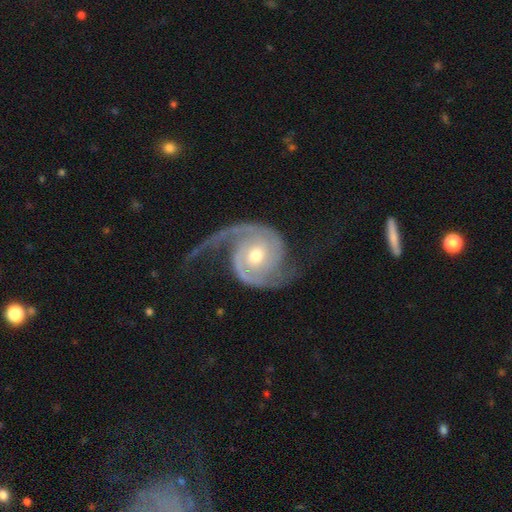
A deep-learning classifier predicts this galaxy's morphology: Q: Smooth or featured?
A: featured or disk (93%); runner-up: star or artifact (4%)
Q: Edge-on disk?
A: no (98%); runner-up: yes (2%)
Q: Bar?
A: no (66%); runner-up: weak (25%)
Q: Spiral arms?
A: yes (98%); runner-up: no (2%)
Q: Spiral winding?
A: medium (47%); runner-up: tight (29%)
Q: Spiral arm count?
A: 2 (91%); runner-up: 1 (3%)
Q: Bulge size?
A: moderate (66%); runner-up: small (29%)
Q: Merging?
A: none (66%); runner-up: minor disturbance (17%)